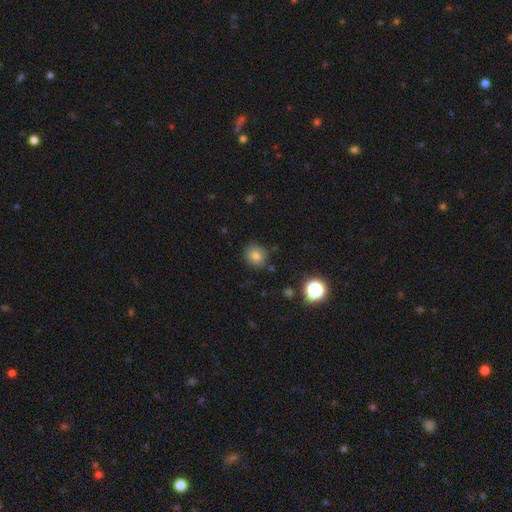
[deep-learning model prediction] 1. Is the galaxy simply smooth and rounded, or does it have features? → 77% smooth, 14% star or artifact, 9% featured or disk.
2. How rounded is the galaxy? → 80% round, 19% in between, 1% cigar-shaped.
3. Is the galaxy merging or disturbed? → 85% none, 10% minor disturbance, 3% major disturbance, 2% merger.